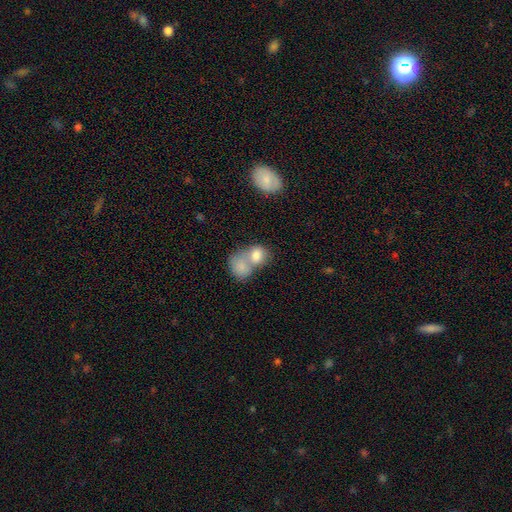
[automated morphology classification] A smooth galaxy with no disk features (79%) that is in between round and cigar-shaped (51%). Merging: merger (70%).